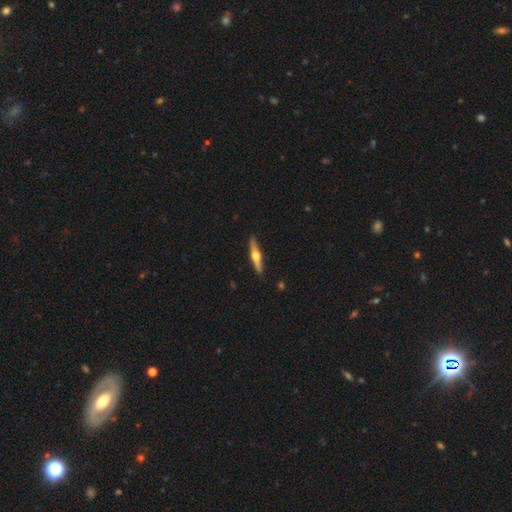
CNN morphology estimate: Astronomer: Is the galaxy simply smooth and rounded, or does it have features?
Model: featured or disk — 70%.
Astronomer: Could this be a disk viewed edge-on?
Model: yes — 97%.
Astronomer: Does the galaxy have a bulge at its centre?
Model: rounded — 96%.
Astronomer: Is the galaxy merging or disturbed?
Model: none — 91%.